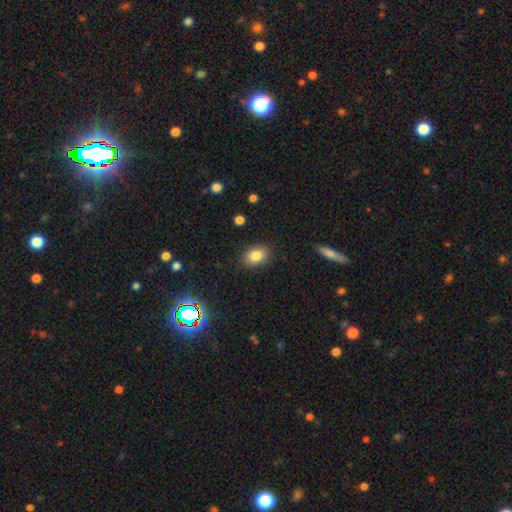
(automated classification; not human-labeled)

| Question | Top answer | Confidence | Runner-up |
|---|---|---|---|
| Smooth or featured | smooth | 82% | star or artifact (10%) |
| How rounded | in between | 78% | round (21%) |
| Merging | none | 87% | minor disturbance (9%) |